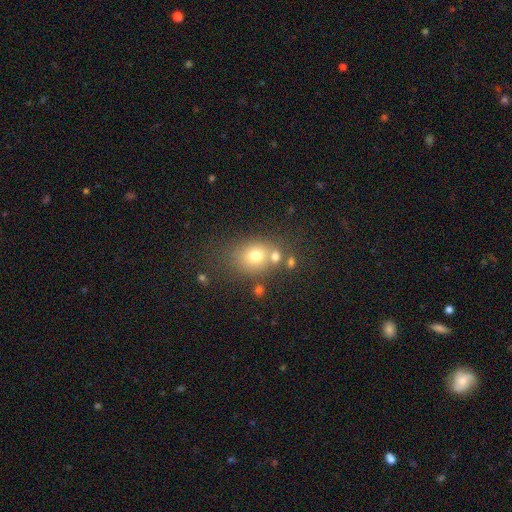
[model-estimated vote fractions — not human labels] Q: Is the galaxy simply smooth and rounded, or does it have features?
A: smooth — 70%.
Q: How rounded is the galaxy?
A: round — 53%.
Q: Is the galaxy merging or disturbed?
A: none — 56%.